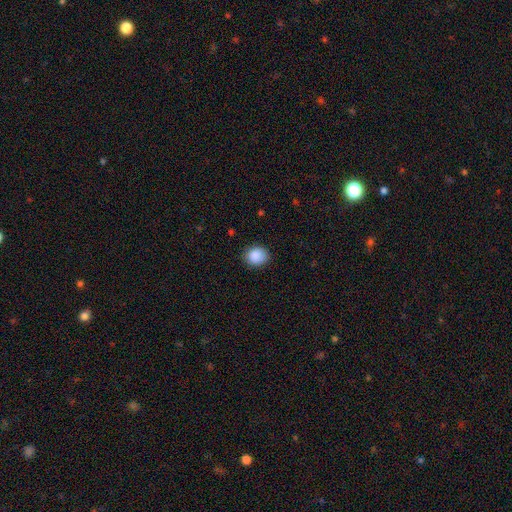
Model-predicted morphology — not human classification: Smooth or featured? Predicted: smooth (p=0.88). How rounded? Predicted: round (p=0.75). Merging? Predicted: none (p=0.85).